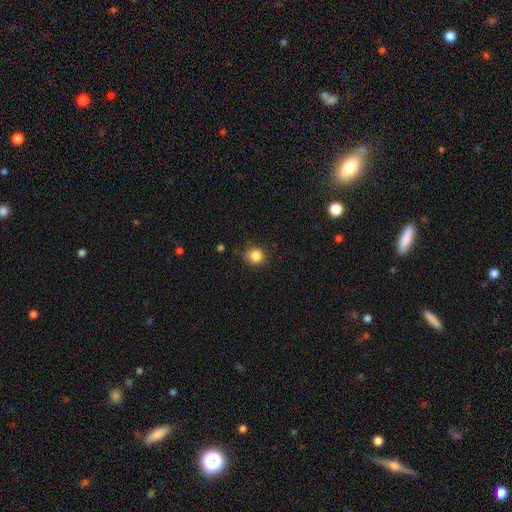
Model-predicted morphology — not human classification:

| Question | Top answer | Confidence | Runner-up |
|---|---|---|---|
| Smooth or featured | smooth | 85% | star or artifact (11%) |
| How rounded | round | 82% | in between (17%) |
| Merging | none | 80% | minor disturbance (15%) |